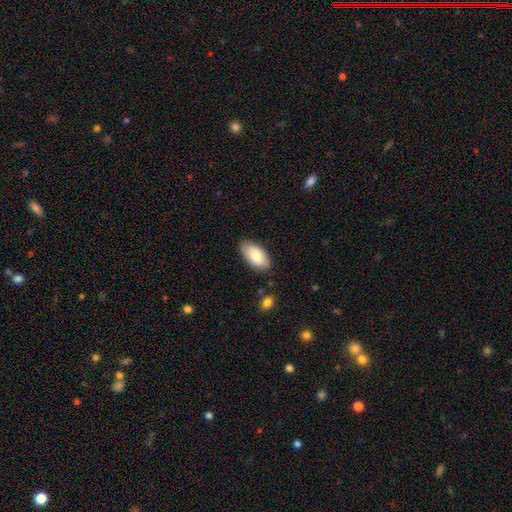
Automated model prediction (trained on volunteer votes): Smooth or featured?
  - smooth: 82% *
  - featured or disk: 12%
  - star or artifact: 6%
How rounded?
  - in between: 95% *
  - round: 3%
  - cigar-shaped: 2%
Merging?
  - none: 81% *
  - minor disturbance: 14%
  - major disturbance: 3%
  - merger: 2%